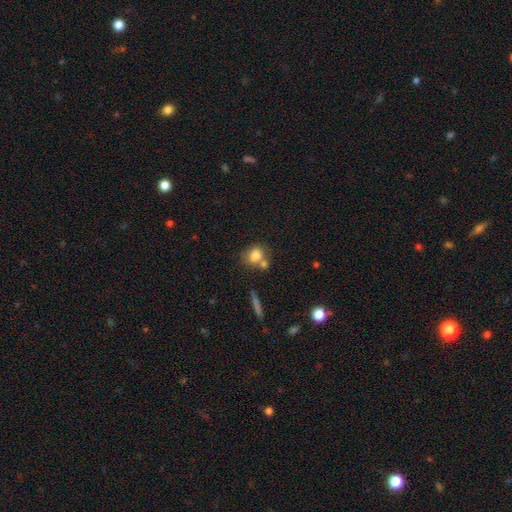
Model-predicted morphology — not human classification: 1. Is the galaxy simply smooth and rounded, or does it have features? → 80% smooth, 10% star or artifact, 10% featured or disk.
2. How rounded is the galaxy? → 54% round, 44% in between, 2% cigar-shaped.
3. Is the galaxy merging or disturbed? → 48% none, 32% merger, 14% minor disturbance, 6% major disturbance.